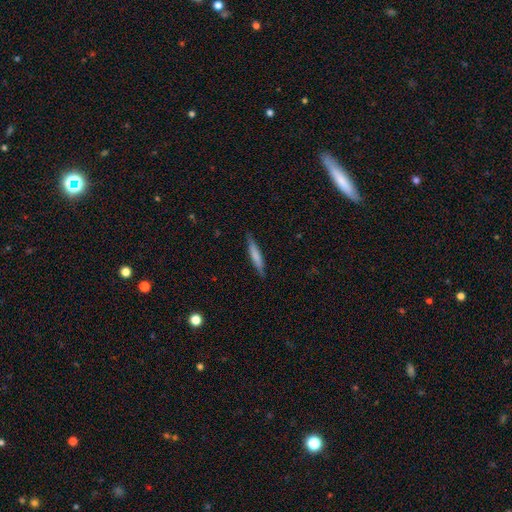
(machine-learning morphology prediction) smooth 68%, featured or disk 26%, star or artifact 6%. Down the decision tree: how rounded — cigar-shaped (91%); merging — none (85%).